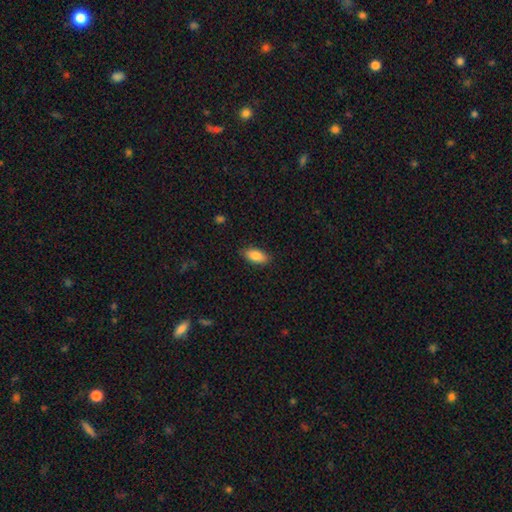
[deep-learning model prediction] Overall: smooth (86%). How rounded: in between (87%). Merging: none (85%).